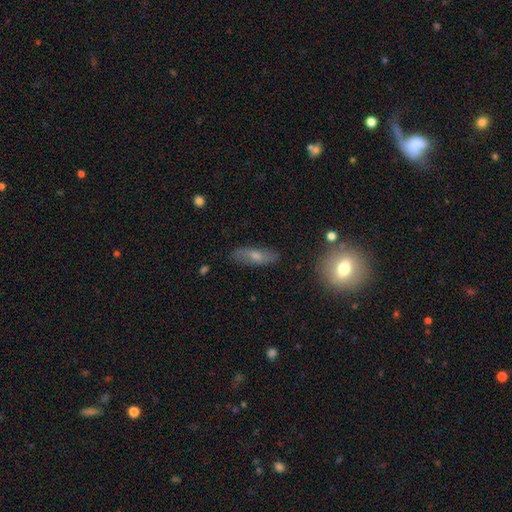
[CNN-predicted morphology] Q: Smooth or featured?
A: smooth (47%); runner-up: featured or disk (41%)
Q: Merging?
A: none (82%); runner-up: minor disturbance (13%)